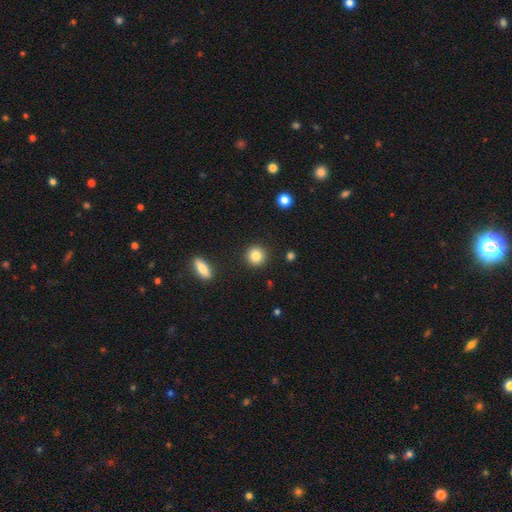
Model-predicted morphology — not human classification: type=smooth (84%); roundness=round (92%); merging=none (91%).